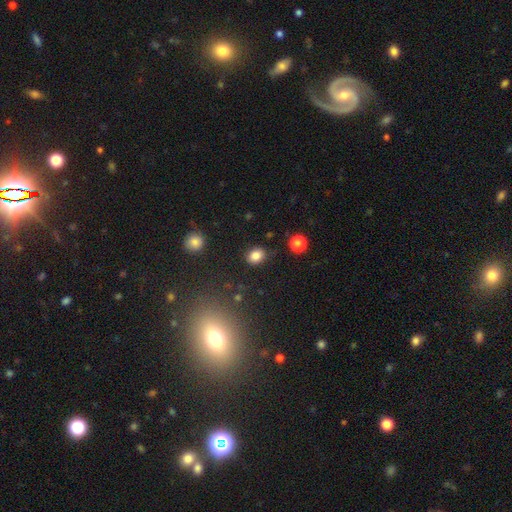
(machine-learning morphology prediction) Q: Smooth or featured?
A: smooth (84%); runner-up: star or artifact (11%)
Q: How rounded?
A: round (54%); runner-up: in between (45%)
Q: Merging?
A: none (85%); runner-up: minor disturbance (10%)